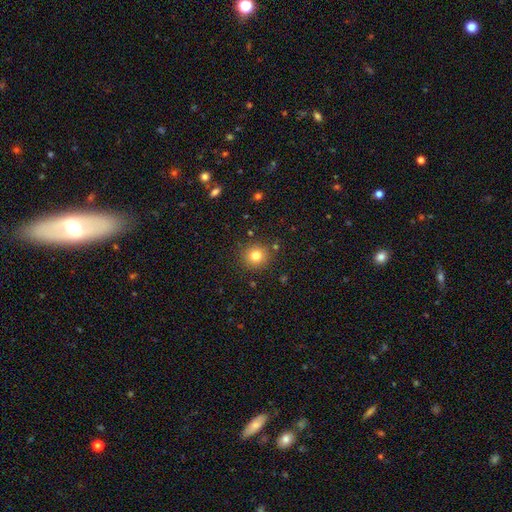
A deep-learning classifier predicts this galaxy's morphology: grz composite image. It shows a smooth galaxy with no disk features (79%) that is round (92%). Merging: none (88%).